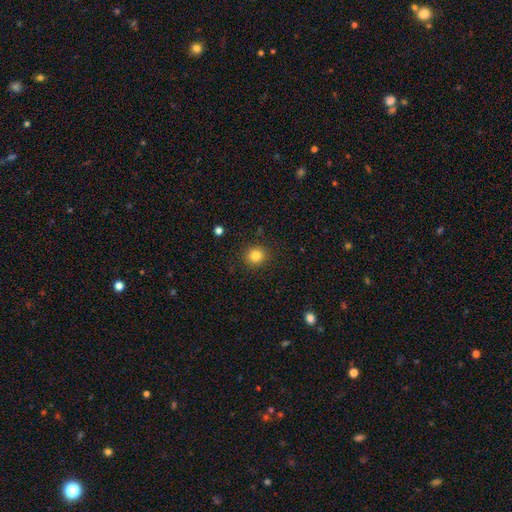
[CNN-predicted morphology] The model was most divided on "smooth or featured": smooth: 83%, star or artifact: 11%, featured or disk: 6%. More confident: merging — none (90%); how rounded — round (88%).